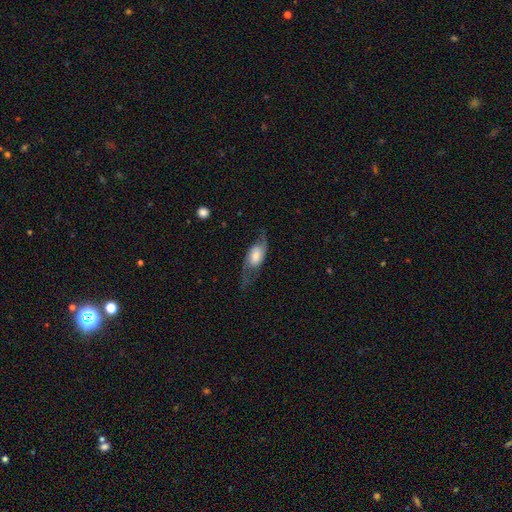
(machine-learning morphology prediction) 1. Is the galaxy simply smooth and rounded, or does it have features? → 66% featured or disk, 27% smooth, 7% star or artifact.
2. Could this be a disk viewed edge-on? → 86% no, 14% yes.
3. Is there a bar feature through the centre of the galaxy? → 56% no, 34% weak, 10% strong.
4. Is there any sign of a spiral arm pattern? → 89% yes, 11% no.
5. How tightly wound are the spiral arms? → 61% loose, 31% medium, 9% tight.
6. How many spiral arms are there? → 89% 2, 5% can't tell, 3% 1, 1% 3, 1% 4, 1% more than 4.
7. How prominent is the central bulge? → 46% moderate, 27% large, 18% small, 5% dominant, 4% none.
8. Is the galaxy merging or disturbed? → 64% none, 19% minor disturbance, 15% major disturbance, 2% merger.